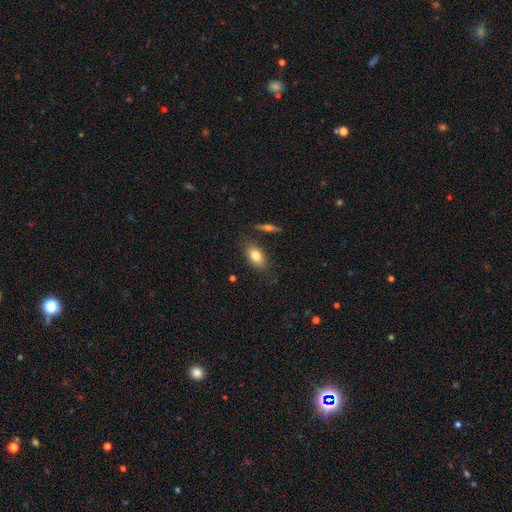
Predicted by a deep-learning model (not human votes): Overall: smooth (78%). How rounded: in between (88%). Merging: none (80%).